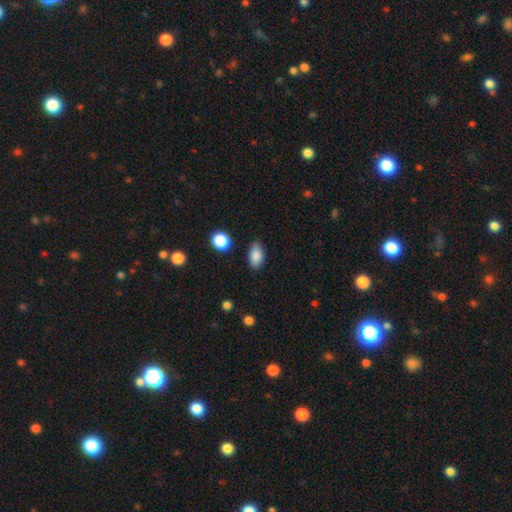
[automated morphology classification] Smooth or featured: smooth — 86% (star or artifact — 8%)
How rounded: in between — 90% (round — 7%)
Merging: none — 80% (minor disturbance — 15%)